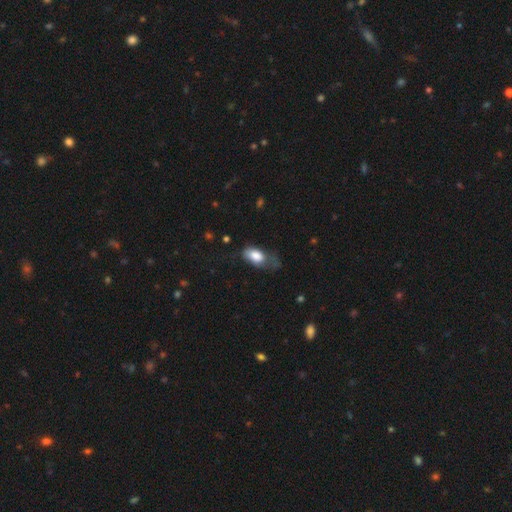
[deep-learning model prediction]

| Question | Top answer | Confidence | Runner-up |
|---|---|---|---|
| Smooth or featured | smooth | 78% | featured or disk (14%) |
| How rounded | in between | 90% | round (7%) |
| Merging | major disturbance | 36% | minor disturbance (33%) |